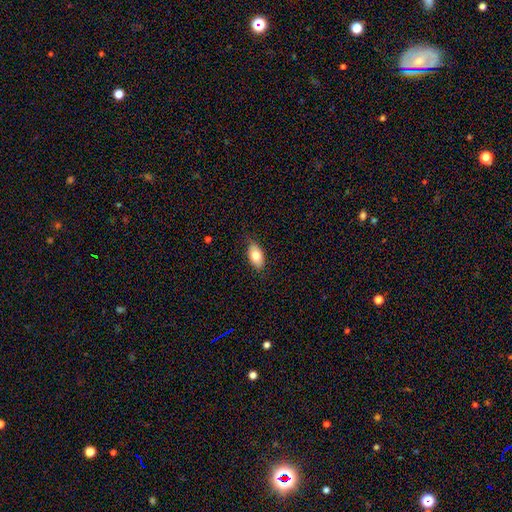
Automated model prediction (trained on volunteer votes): A smooth galaxy with no disk features (78%) that is in between round and cigar-shaped (92%).

Vote fractions:
- Smooth or featured? smooth: 78% / featured or disk: 15% / star or artifact: 7%
- How rounded? in between: 92% / round: 5% / cigar-shaped: 3%
- Merging? none: 78% / minor disturbance: 18% / major disturbance: 3% / merger: 1%